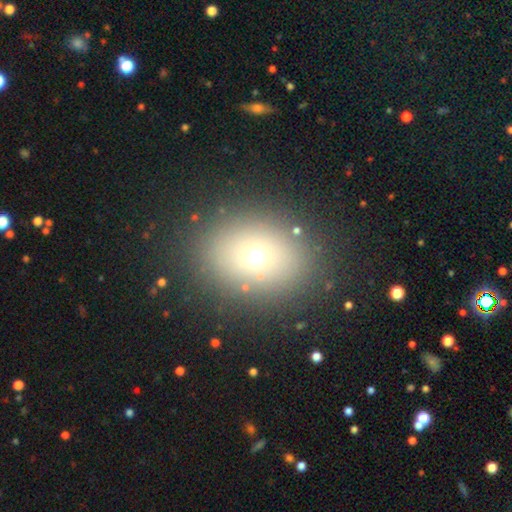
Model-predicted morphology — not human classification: The model was most divided on "how rounded": round: 51%, in between: 48%, cigar-shaped: 1%. More confident: merging — none (84%); smooth or featured — smooth (65%).